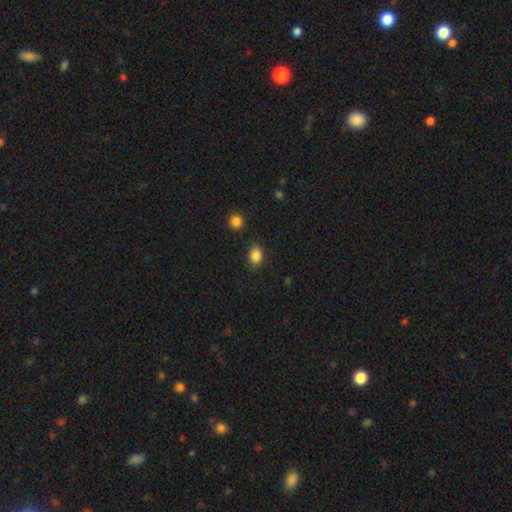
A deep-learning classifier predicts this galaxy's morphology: A smooth galaxy with no disk features (86%) that is in between round and cigar-shaped (60%).

Vote fractions:
- Smooth or featured? smooth: 86% / star or artifact: 10% / featured or disk: 4%
- How rounded? in between: 60% / round: 39% / cigar-shaped: 1%
- Merging? none: 84% / minor disturbance: 11% / major disturbance: 3% / merger: 3%